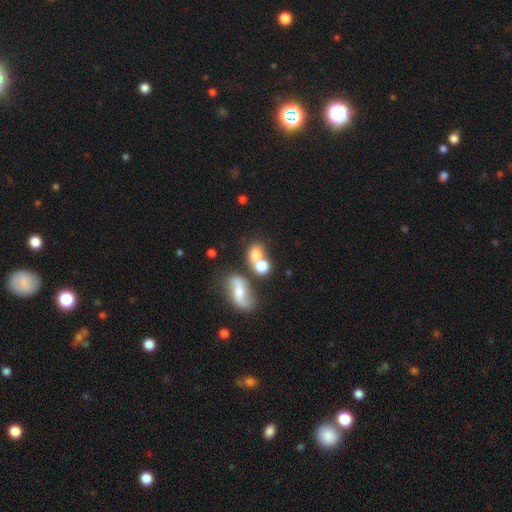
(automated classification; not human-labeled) Smooth or featured?
  - smooth: 70% *
  - featured or disk: 19%
  - star or artifact: 11%
How rounded?
  - round: 50% *
  - in between: 46%
  - cigar-shaped: 3%
Merging?
  - merger: 42% *
  - none: 41%
  - minor disturbance: 11%
  - major disturbance: 6%